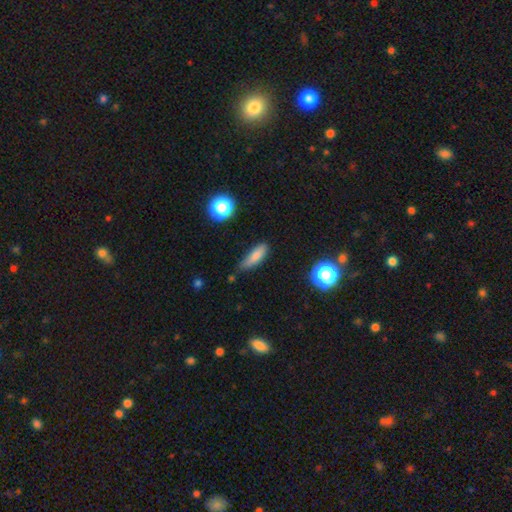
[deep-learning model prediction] Smooth or featured? smooth (79%)
How rounded? in between (52%)
Merging? none (56%)